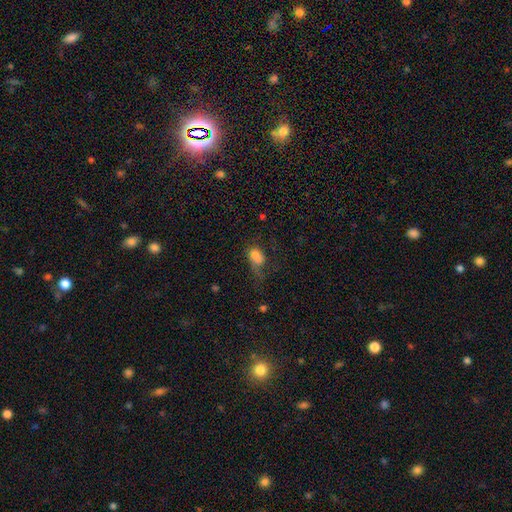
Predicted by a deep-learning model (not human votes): Q: Smooth or featured?
A: smooth (70%); runner-up: featured or disk (17%)
Q: How rounded?
A: in between (70%); runner-up: round (27%)
Q: Merging?
A: major disturbance (32%); runner-up: merger (24%)